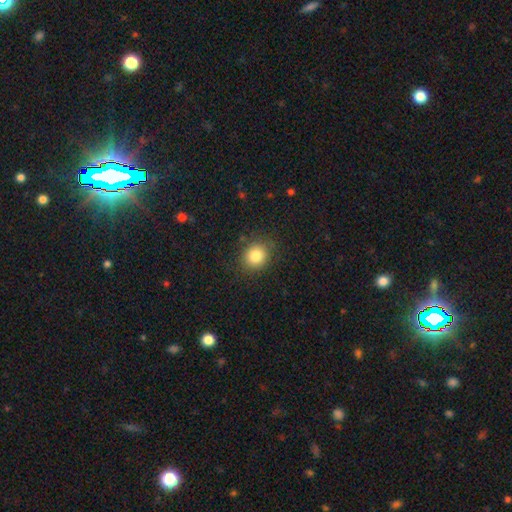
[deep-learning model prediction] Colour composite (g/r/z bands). It shows a smooth galaxy with no disk features (82%) that is round (78%). Merging: none (86%).